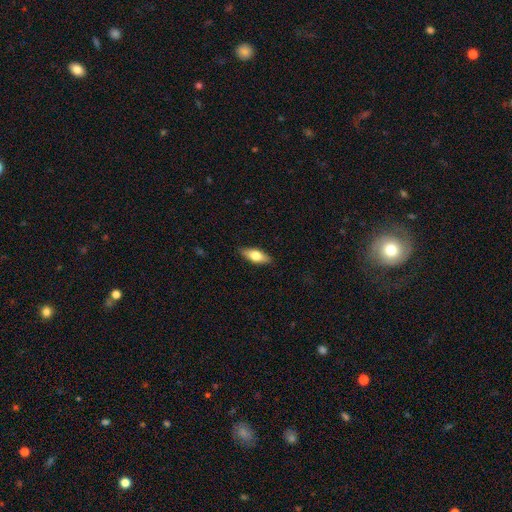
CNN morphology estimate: type=smooth (63%); roundness=in between (70%); merging=none (87%).